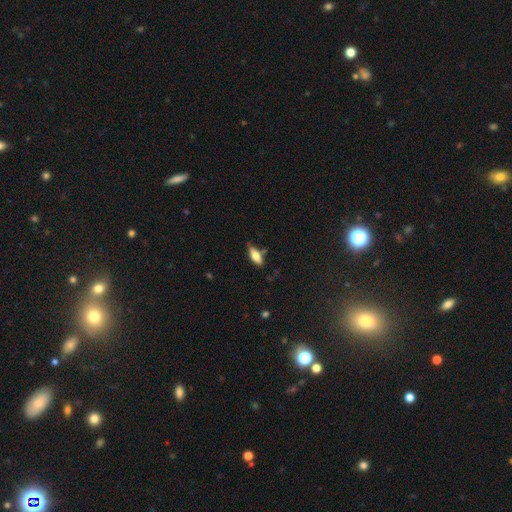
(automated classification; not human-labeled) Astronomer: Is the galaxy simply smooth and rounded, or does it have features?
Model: smooth — 70%.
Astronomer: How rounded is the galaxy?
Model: in between — 74%.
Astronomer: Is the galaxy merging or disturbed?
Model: none — 72%.